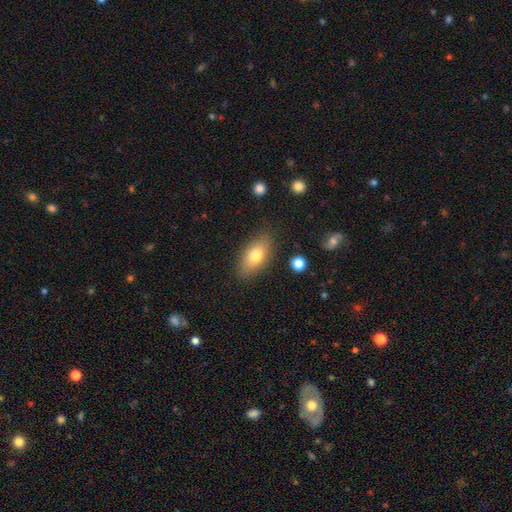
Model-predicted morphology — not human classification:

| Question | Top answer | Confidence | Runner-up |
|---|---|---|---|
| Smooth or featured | smooth | 75% | featured or disk (17%) |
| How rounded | in between | 87% | cigar-shaped (8%) |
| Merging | none | 83% | minor disturbance (12%) |